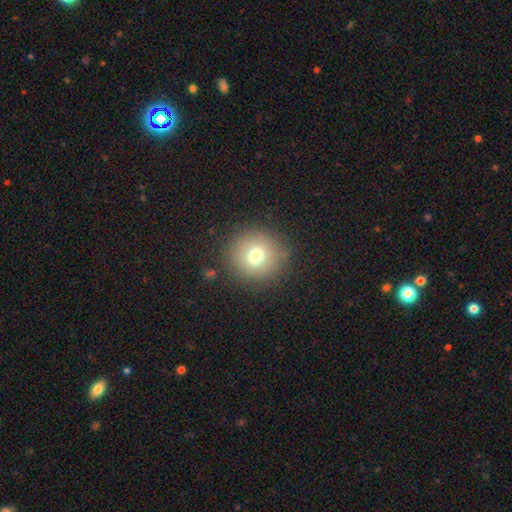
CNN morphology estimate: type=smooth (71%); roundness=round (92%); merging=none (87%).